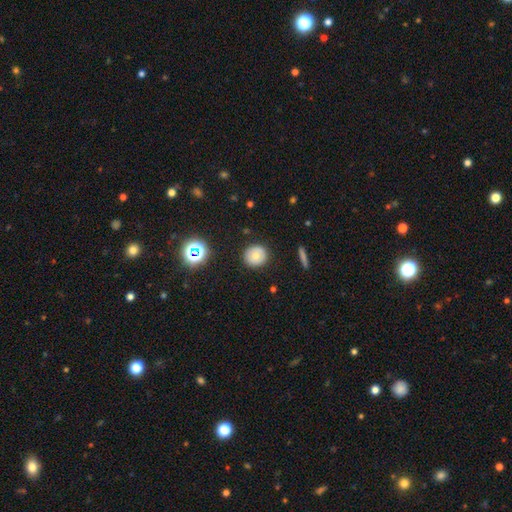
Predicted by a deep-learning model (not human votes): This appears to be a smooth galaxy with no disk features (70%) that is round (90%). Merging: none (89%).